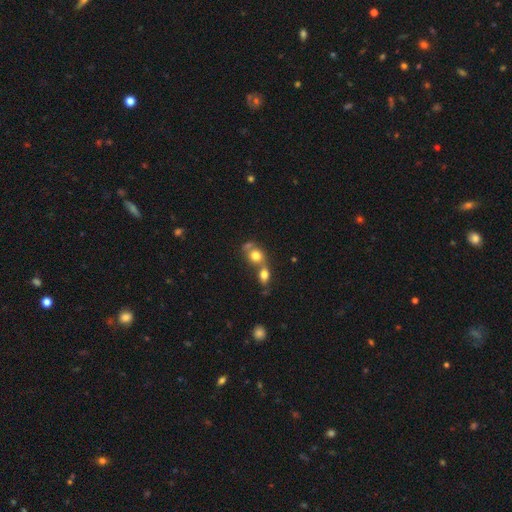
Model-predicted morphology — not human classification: A smooth galaxy with no disk features (76%) that is round (69%).

Vote fractions:
- Smooth or featured? smooth: 76% / featured or disk: 13% / star or artifact: 11%
- How rounded? round: 69% / in between: 30% / cigar-shaped: 2%
- Merging? merger: 55% / none: 33% / minor disturbance: 8% / major disturbance: 4%